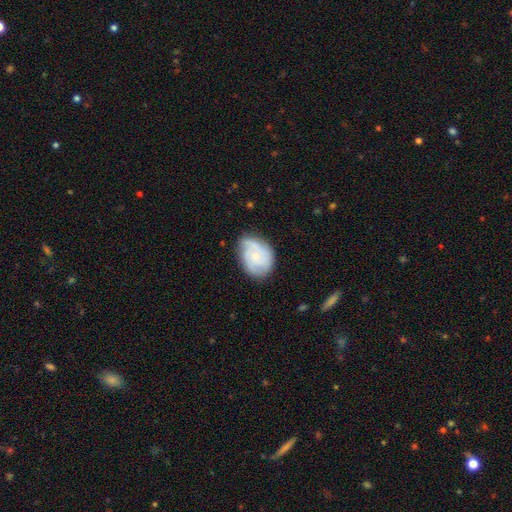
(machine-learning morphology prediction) A featured or disk galaxy (68%) with no bar (76%), 2 (30%) tight (53%) spiral arms (91%) and a small central bulge (71%).

Vote fractions:
- Smooth or featured? featured or disk: 68% / smooth: 27% / star or artifact: 6%
- Edge-on disk? no: 97% / yes: 3%
- Bar? no: 76% / weak: 21% / strong: 3%
- Spiral arms? yes: 91% / no: 9%
- Spiral winding? tight: 53% / medium: 36% / loose: 11%
- Spiral arm count? 2: 30% / 3: 28% / can't tell: 27% / 1: 7% / 4: 5% / more than 4: 4%
- Bulge size? small: 71% / moderate: 24% / none: 3% / large: 1% / dominant: 1%
- Merging? none: 65% / minor disturbance: 26% / major disturbance: 7% / merger: 2%